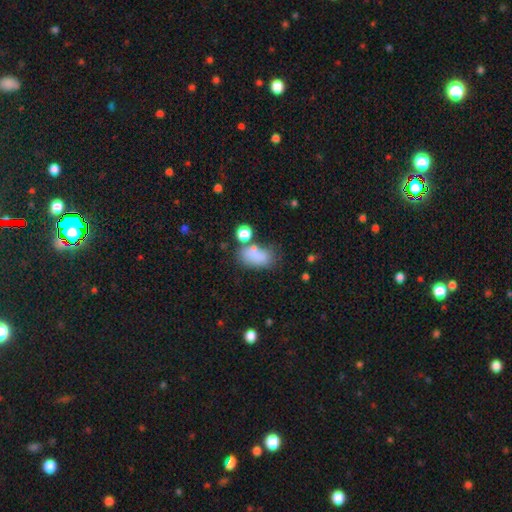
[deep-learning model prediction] Overall: smooth (76%). How rounded: in between (87%). Merging: none (44%; minor disturbance 23%).